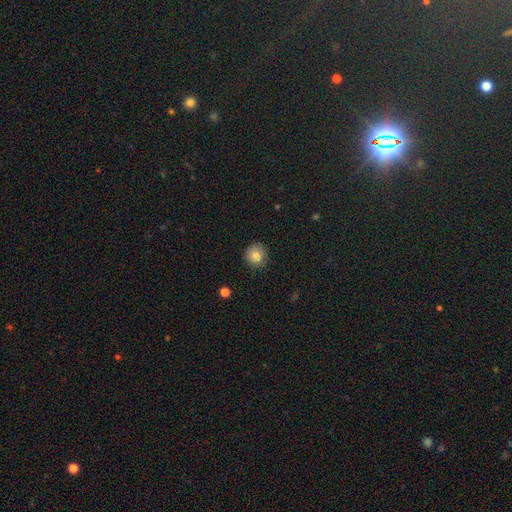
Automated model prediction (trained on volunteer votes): Morphology: type=smooth (83%); roundness=round (89%); merging=none (84%).